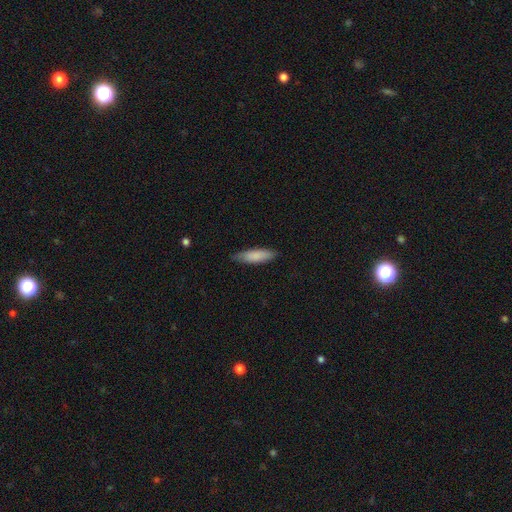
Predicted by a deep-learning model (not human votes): Smooth or featured?
  - smooth: 83% *
  - featured or disk: 11%
  - star or artifact: 6%
How rounded?
  - cigar-shaped: 57% *
  - in between: 42%
  - round: 1%
Merging?
  - none: 79% *
  - minor disturbance: 17%
  - major disturbance: 3%
  - merger: 1%